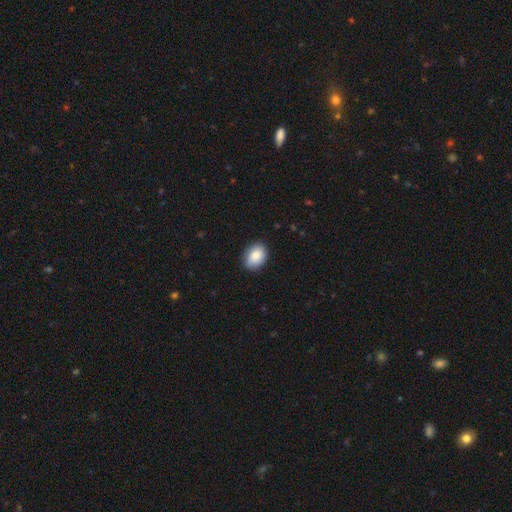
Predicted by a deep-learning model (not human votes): Smooth or featured? smooth (88%)
How rounded? in between (73%)
Merging? none (83%)